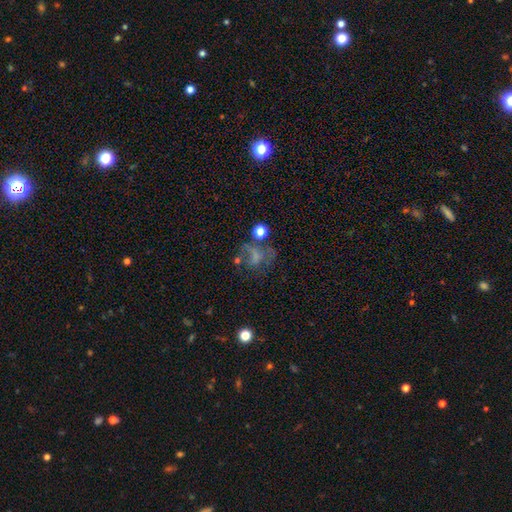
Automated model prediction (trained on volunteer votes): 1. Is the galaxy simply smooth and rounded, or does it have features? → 43% smooth, 36% featured or disk, 21% star or artifact.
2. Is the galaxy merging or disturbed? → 38% major disturbance, 32% none, 18% minor disturbance, 12% merger.